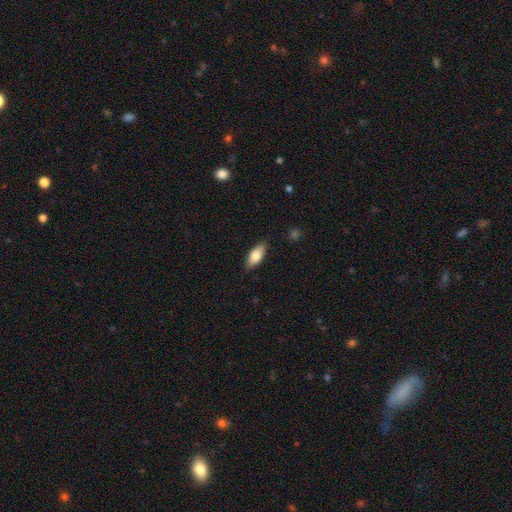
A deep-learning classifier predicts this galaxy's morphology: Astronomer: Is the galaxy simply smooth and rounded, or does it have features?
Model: smooth — 78%.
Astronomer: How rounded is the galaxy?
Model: in between — 84%.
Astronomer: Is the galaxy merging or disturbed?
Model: none — 85%.